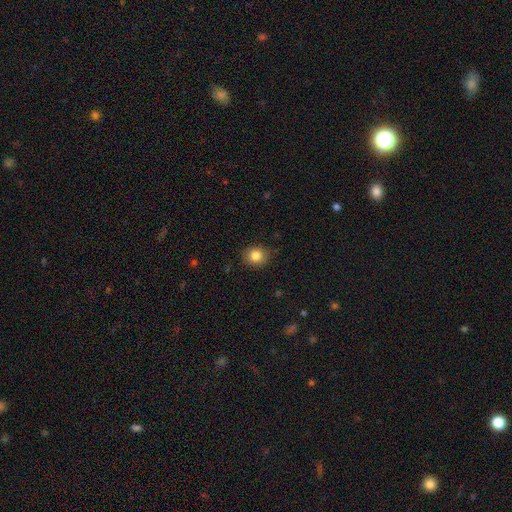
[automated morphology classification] Overall: smooth (83%). How rounded: round (72%). Merging: none (87%).